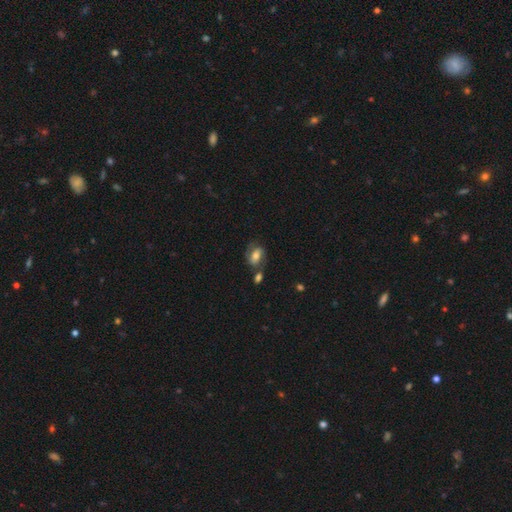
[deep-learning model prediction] Smooth or featured: featured or disk — 51% (smooth — 40%)
Edge-on disk: no — 95% (yes — 5%)
Merging: none — 55% (merger — 19%)